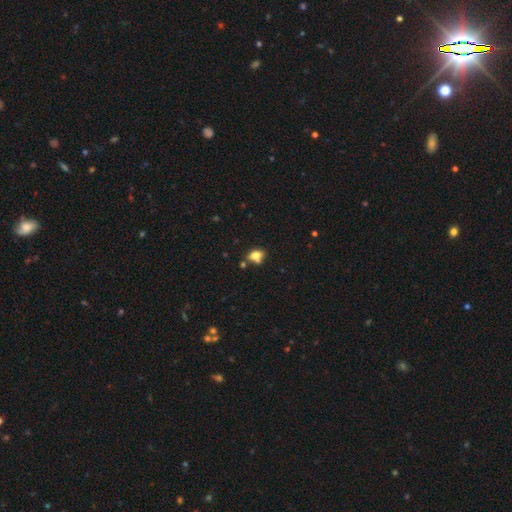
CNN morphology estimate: smooth 75%, featured or disk 13%, star or artifact 12%. Down the decision tree: how rounded — in between (63%); merging — none (57%).